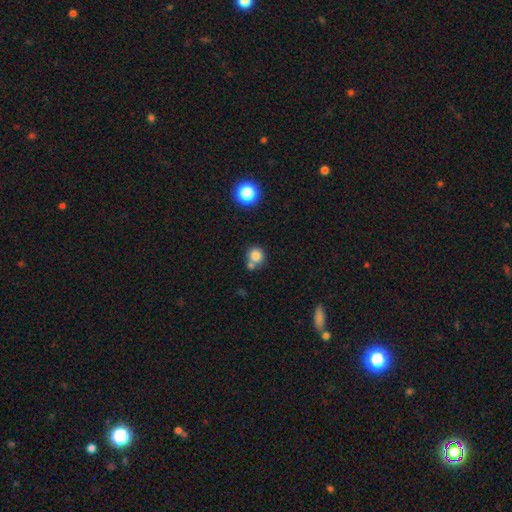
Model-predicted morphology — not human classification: smooth_or_featured: smooth (p=0.81) [alt: star or artifact p=0.12]
how_rounded: round (p=0.87) [alt: in between p=0.12]
merging: none (p=0.55) [alt: merger p=0.31]